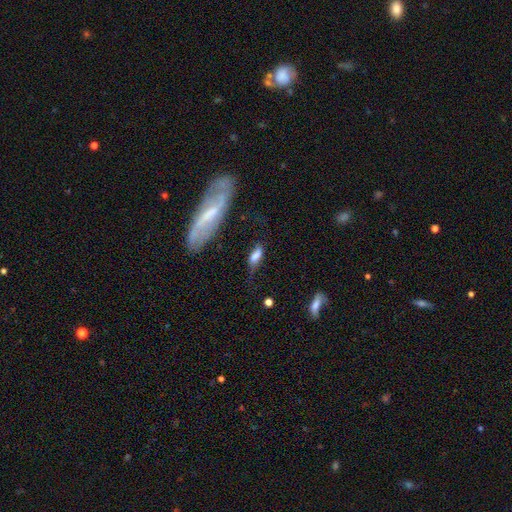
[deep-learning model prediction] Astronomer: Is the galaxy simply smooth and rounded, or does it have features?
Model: smooth — 67%.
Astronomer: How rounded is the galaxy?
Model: in between — 70%.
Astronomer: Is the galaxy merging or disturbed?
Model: none — 45% (runner-up: minor disturbance, 30%).